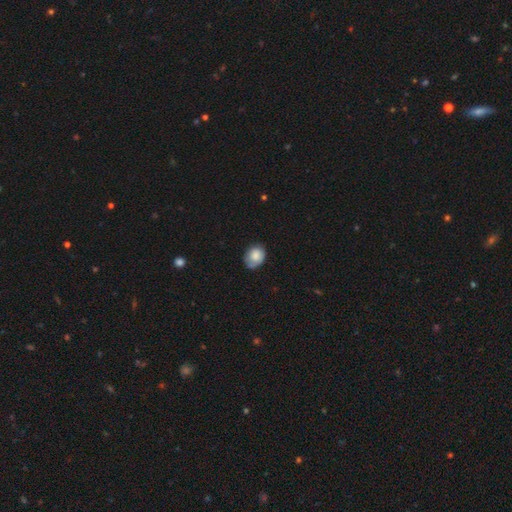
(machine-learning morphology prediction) Smooth or featured: smooth — 80% (featured or disk — 12%)
How rounded: in between — 55% (round — 44%)
Merging: none — 62% (minor disturbance — 30%)